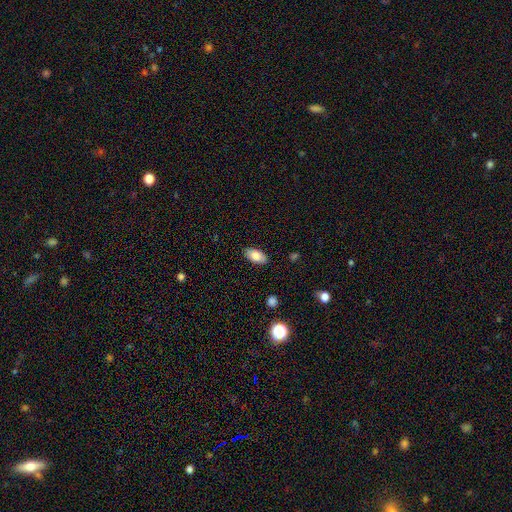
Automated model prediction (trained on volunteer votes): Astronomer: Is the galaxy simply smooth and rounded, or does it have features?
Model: smooth — 82%.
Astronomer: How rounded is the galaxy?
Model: in between — 93%.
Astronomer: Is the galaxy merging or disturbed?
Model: none — 87%.